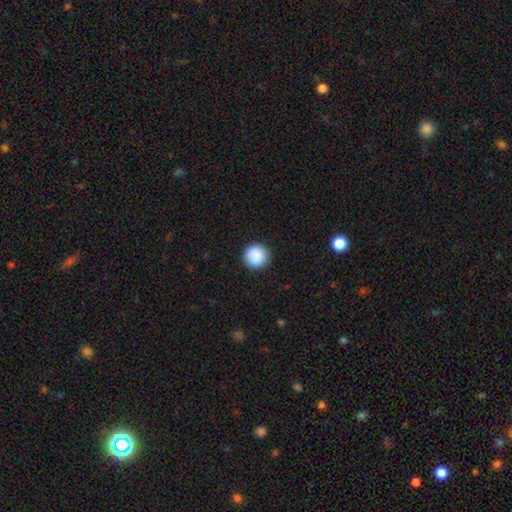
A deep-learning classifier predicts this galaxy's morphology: This is clearly a smooth galaxy (89%). How rounded: clearly round (96%). Merging: clearly none (92%).